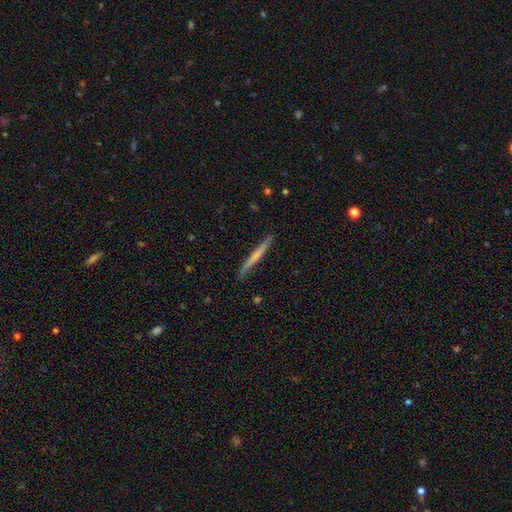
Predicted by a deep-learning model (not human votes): The model was most divided on "smooth or featured": featured or disk: 49%, smooth: 45%, star or artifact: 6%. More confident: merging — none (83%).